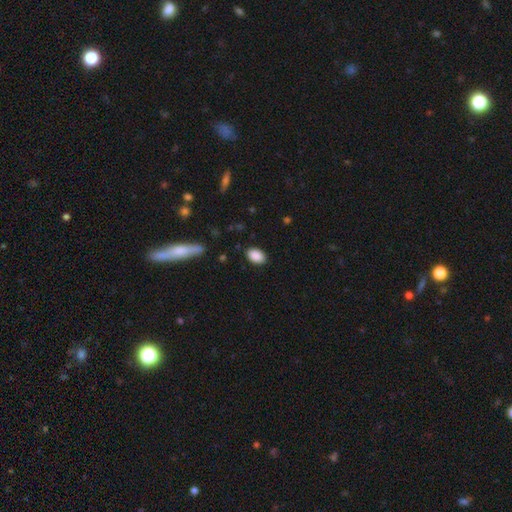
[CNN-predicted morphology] This appears to be a smooth galaxy with no disk features (89%) that is in between round and cigar-shaped (86%). Merging: none (87%).